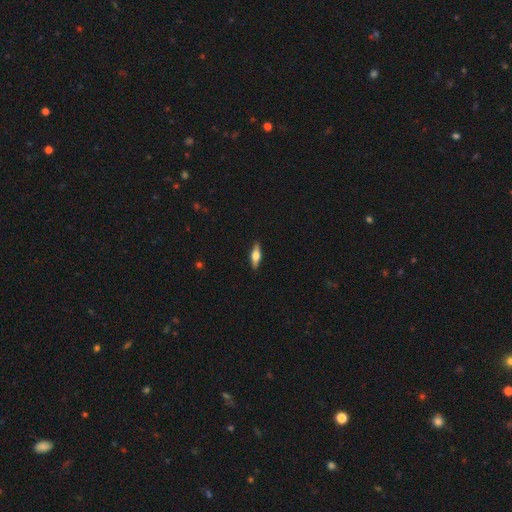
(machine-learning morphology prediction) smooth_or_featured: smooth (p=0.50) [alt: featured or disk p=0.44]
merging: none (p=0.89) [alt: minor disturbance p=0.08]